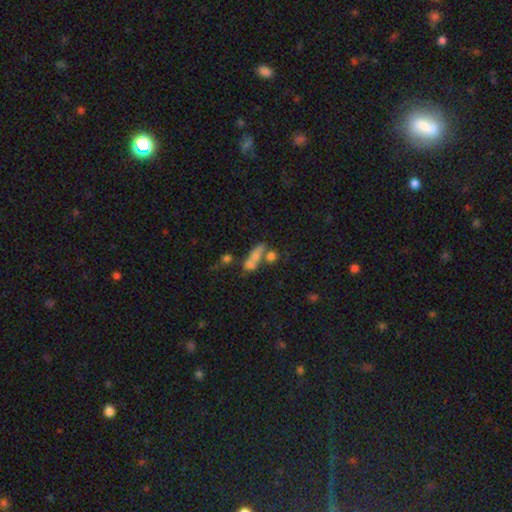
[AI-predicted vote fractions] Smooth or featured?
  - smooth: 59% *
  - featured or disk: 23%
  - star or artifact: 17%
How rounded?
  - in between: 49% *
  - cigar-shaped: 31%
  - round: 20%
Merging?
  - merger: 45% *
  - none: 32%
  - minor disturbance: 12%
  - major disturbance: 11%